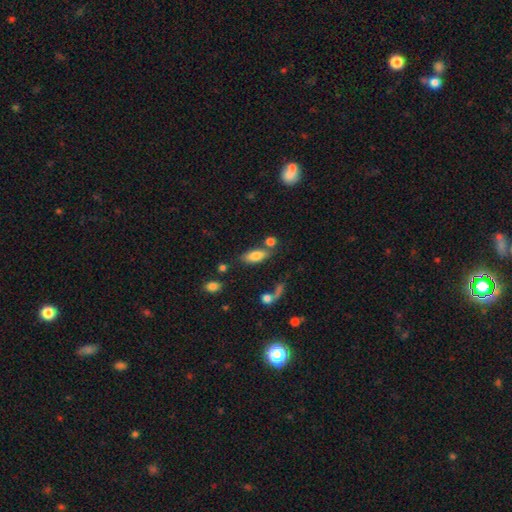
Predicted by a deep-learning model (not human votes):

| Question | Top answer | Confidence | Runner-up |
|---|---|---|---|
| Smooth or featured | smooth | 78% | featured or disk (14%) |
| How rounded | in between | 80% | cigar-shaped (16%) |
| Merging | none | 63% | merger (16%) |